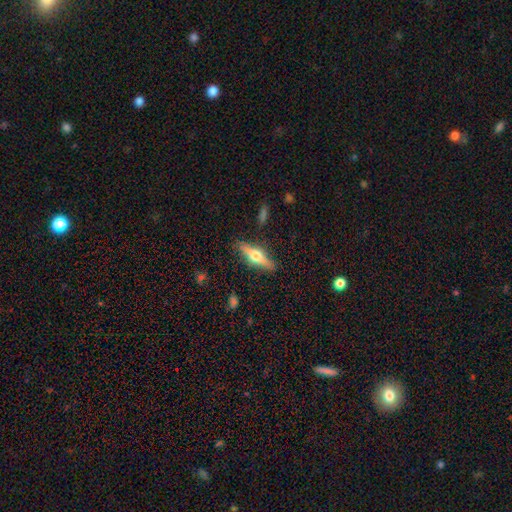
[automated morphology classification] Q: Smooth or featured?
A: featured or disk (57%); runner-up: smooth (37%)
Q: Edge-on disk?
A: yes (94%); runner-up: no (6%)
Q: Edge-on bulge?
A: rounded (94%); runner-up: boxy (3%)
Q: Merging?
A: none (87%); runner-up: minor disturbance (9%)